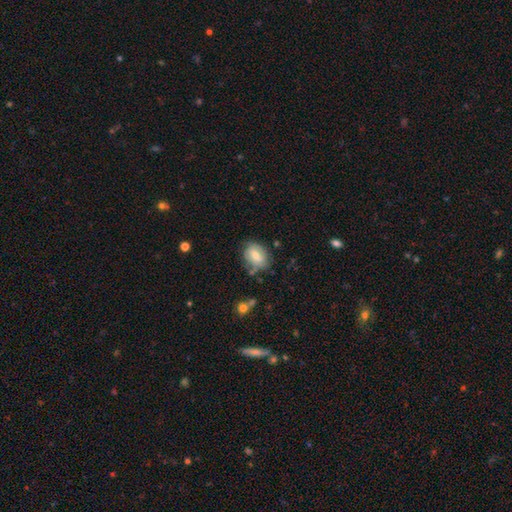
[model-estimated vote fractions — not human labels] Smooth or featured? Predicted: smooth (p=0.64). How rounded? Predicted: in between (p=0.59). Merging? Predicted: none (p=0.68).